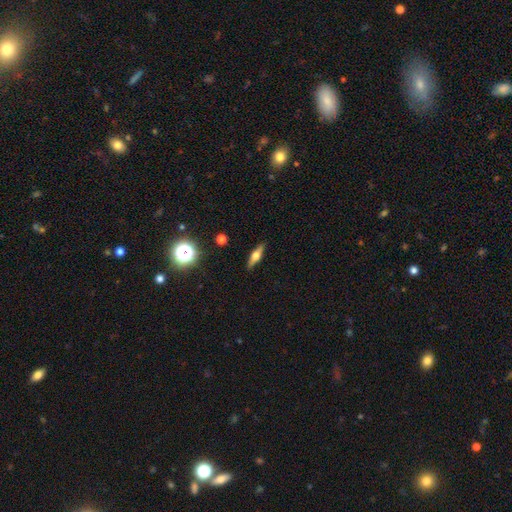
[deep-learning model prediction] smooth_or_featured: featured or disk (p=0.56) [alt: smooth p=0.36]
disk_edge_on: yes (p=0.94) [alt: no p=0.06]
edge_on_bulge: rounded (p=0.92) [alt: boxy p=0.06]
merging: none (p=0.89) [alt: minor disturbance p=0.08]